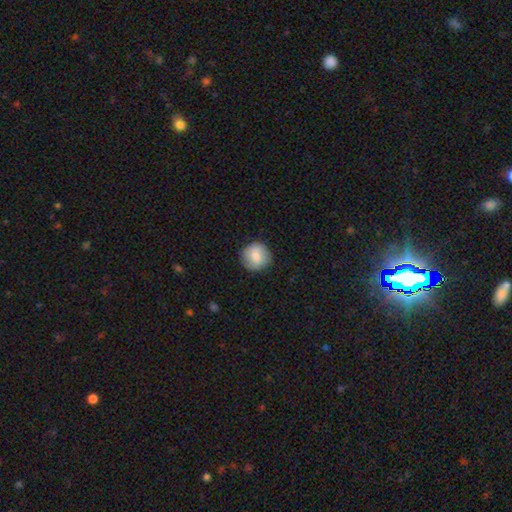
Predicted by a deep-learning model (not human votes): A smooth galaxy with no disk features (78%) that is round (94%).

Vote fractions:
- Smooth or featured? smooth: 78% / featured or disk: 15% / star or artifact: 7%
- How rounded? round: 94% / in between: 5% / cigar-shaped: 1%
- Merging? none: 88% / minor disturbance: 9% / major disturbance: 2% / merger: 1%